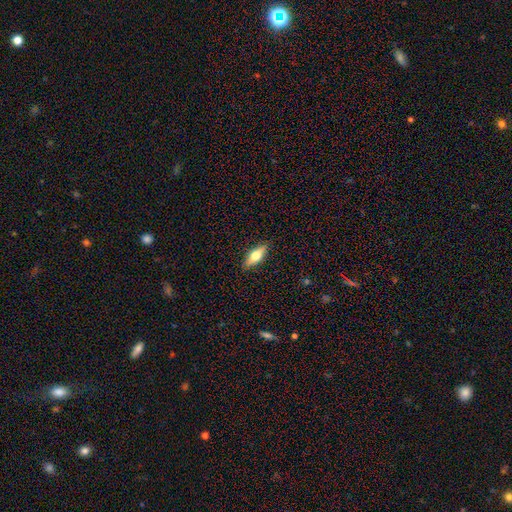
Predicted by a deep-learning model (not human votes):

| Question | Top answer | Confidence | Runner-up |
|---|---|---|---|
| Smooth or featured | smooth | 51% | featured or disk (43%) |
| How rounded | in between | 58% | cigar-shaped (39%) |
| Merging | none | 89% | minor disturbance (8%) |